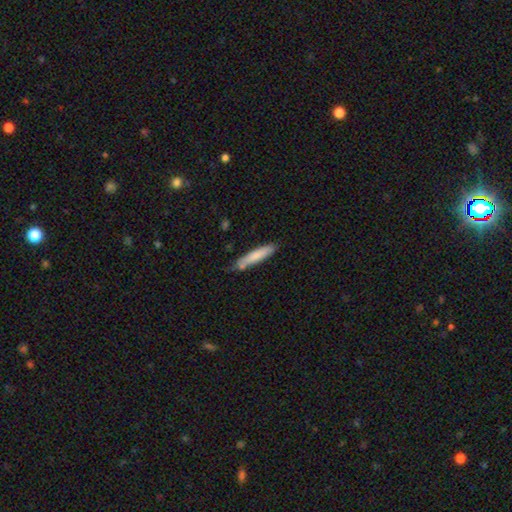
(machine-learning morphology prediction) type=smooth (77%); roundness=cigar-shaped (89%); merging=none (71%).